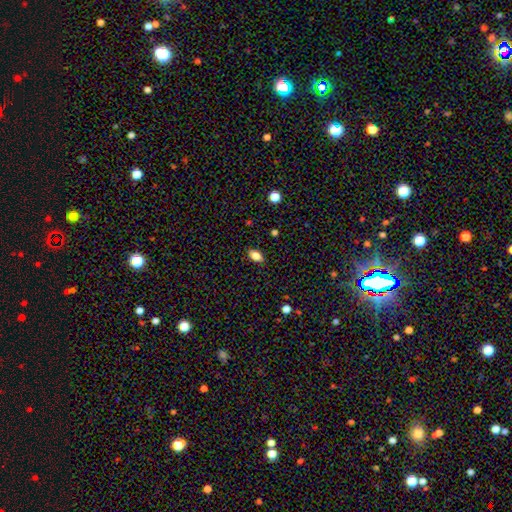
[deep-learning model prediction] Smooth or featured?
  - smooth: 83% *
  - star or artifact: 9%
  - featured or disk: 8%
How rounded?
  - in between: 89% *
  - round: 7%
  - cigar-shaped: 4%
Merging?
  - none: 88% *
  - minor disturbance: 9%
  - major disturbance: 2%
  - merger: 1%